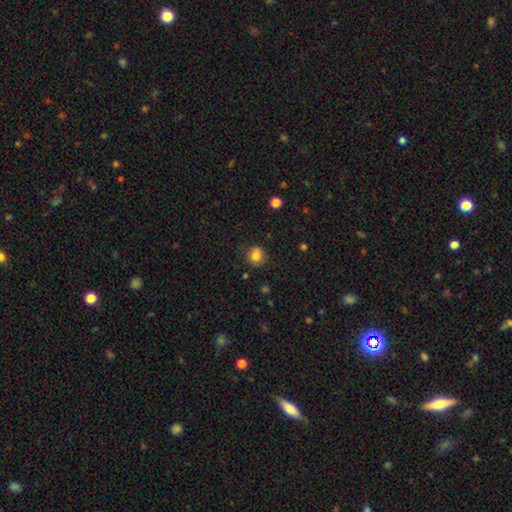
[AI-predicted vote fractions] smooth-or-featured: smooth: 78% | star or artifact: 13% | featured or disk: 9%
  how-rounded: round: 86% | in between: 13% | cigar-shaped: 1%
  merging: none: 73% | minor disturbance: 15% | merger: 8% | major disturbance: 3%